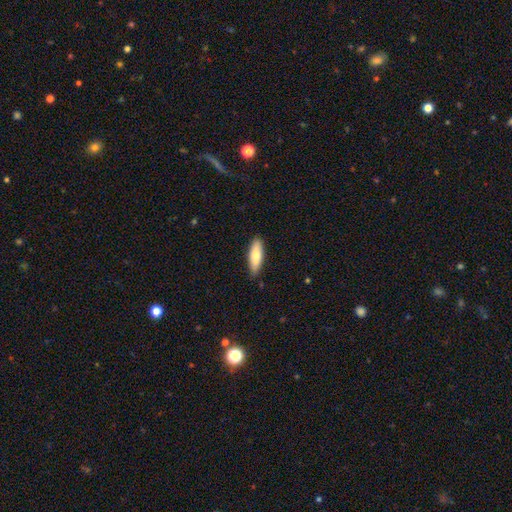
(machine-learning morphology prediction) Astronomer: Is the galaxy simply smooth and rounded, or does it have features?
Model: smooth — 77%.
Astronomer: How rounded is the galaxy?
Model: in between — 55% (runner-up: cigar-shaped, 43%).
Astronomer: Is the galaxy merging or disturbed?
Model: none — 86%.